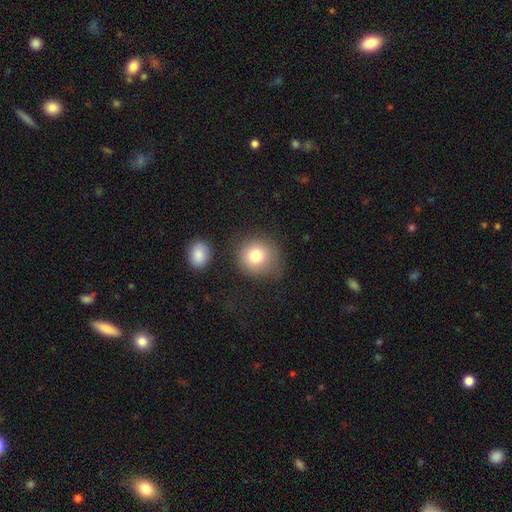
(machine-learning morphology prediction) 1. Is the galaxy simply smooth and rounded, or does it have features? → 80% smooth, 10% featured or disk, 10% star or artifact.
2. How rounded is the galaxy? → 87% round, 12% in between, 1% cigar-shaped.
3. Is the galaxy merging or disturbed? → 70% none, 17% minor disturbance, 7% major disturbance, 6% merger.